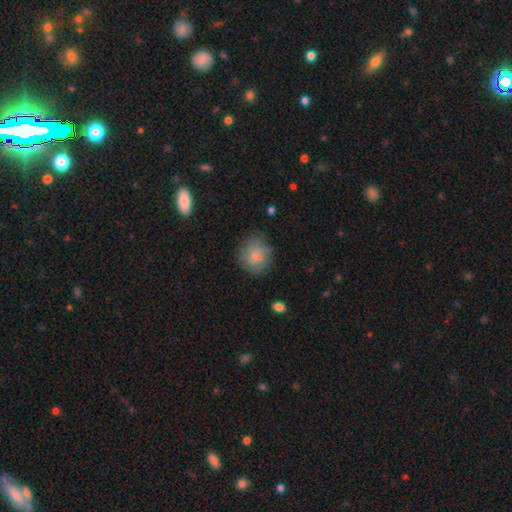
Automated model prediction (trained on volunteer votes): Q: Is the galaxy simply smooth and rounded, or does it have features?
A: smooth — 64%.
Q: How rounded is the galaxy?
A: round — 77%.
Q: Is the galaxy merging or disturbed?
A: none — 62%.